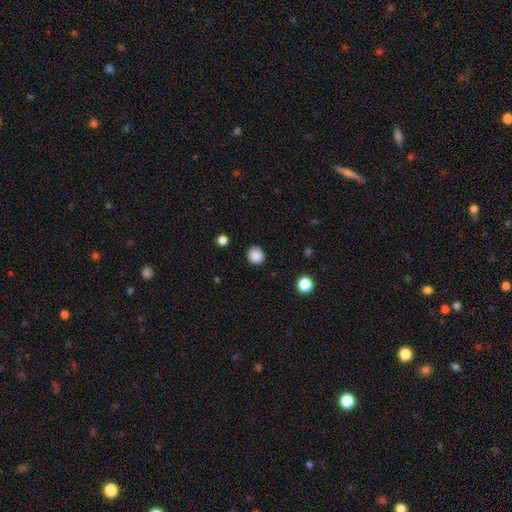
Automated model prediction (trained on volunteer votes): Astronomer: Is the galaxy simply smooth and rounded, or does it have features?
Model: smooth — 87%.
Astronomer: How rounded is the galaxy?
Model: round — 82%.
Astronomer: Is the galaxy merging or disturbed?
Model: none — 88%.